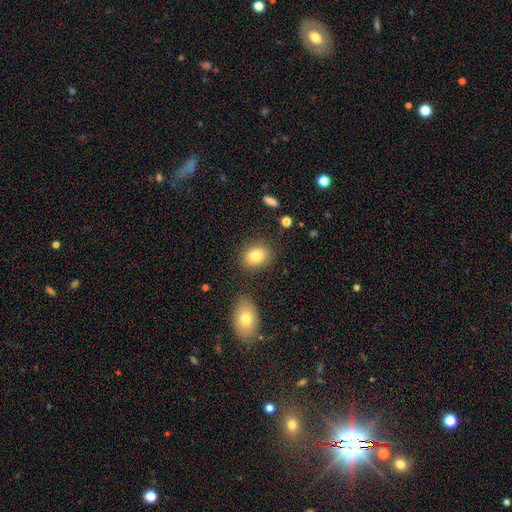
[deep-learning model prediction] smooth 81%, featured or disk 10%, star or artifact 10%. Down the decision tree: how rounded — in between (52%); merging — none (82%).